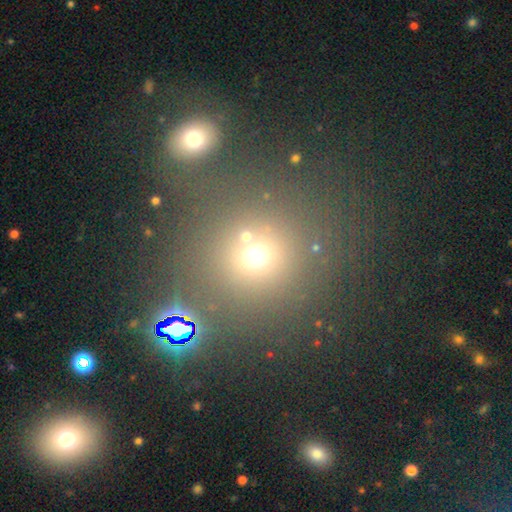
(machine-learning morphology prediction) This appears to be a smooth galaxy with no disk features (60%) that is round (88%). Merging: none (70%).